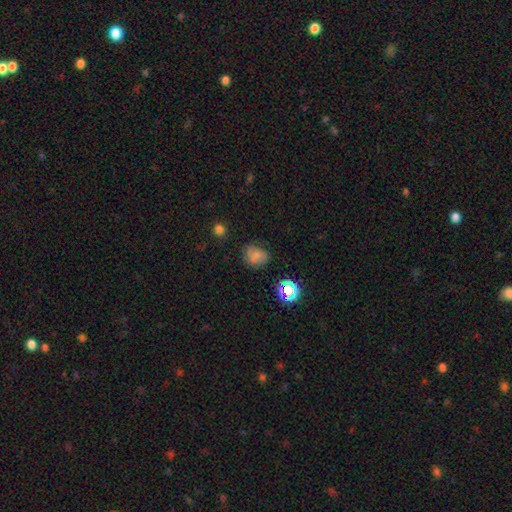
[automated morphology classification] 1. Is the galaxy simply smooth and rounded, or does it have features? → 65% smooth, 22% star or artifact, 13% featured or disk.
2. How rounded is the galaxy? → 60% round, 39% in between, 1% cigar-shaped.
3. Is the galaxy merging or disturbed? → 61% none, 25% minor disturbance, 9% major disturbance, 4% merger.